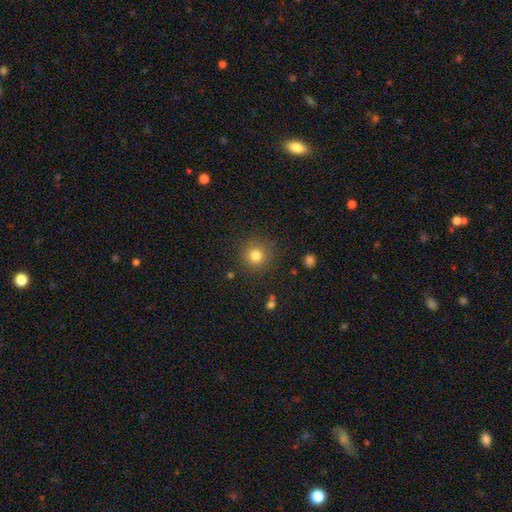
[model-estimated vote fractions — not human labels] Smooth or featured? smooth (81%)
How rounded? round (94%)
Merging? none (87%)